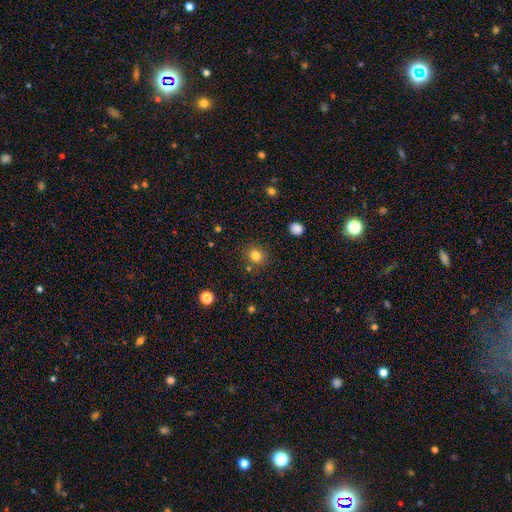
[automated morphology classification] smooth_or_featured: smooth (p=0.81) [alt: star or artifact p=0.13]
how_rounded: round (p=0.82) [alt: in between p=0.17]
merging: none (p=0.82) [alt: minor disturbance p=0.10]